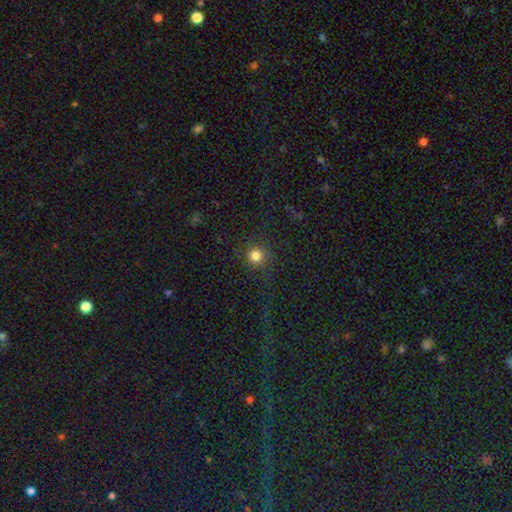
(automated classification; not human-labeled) Smooth or featured: smooth — 77% (star or artifact — 16%)
How rounded: round — 93% (in between — 6%)
Merging: none — 83% (minor disturbance — 9%)